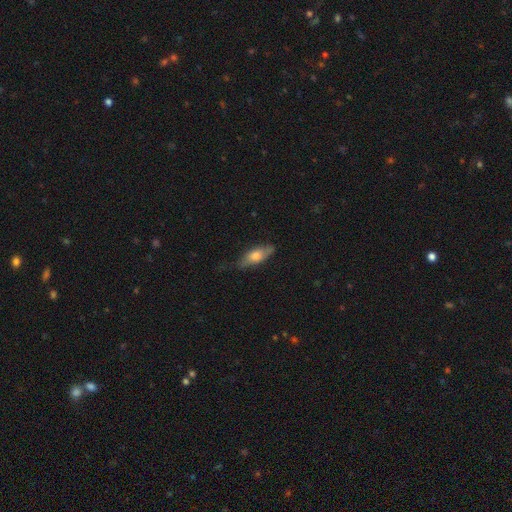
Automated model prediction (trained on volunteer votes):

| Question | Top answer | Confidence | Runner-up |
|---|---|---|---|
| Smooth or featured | smooth | 64% | featured or disk (30%) |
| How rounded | in between | 66% | cigar-shaped (31%) |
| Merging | none | 70% | minor disturbance (24%) |